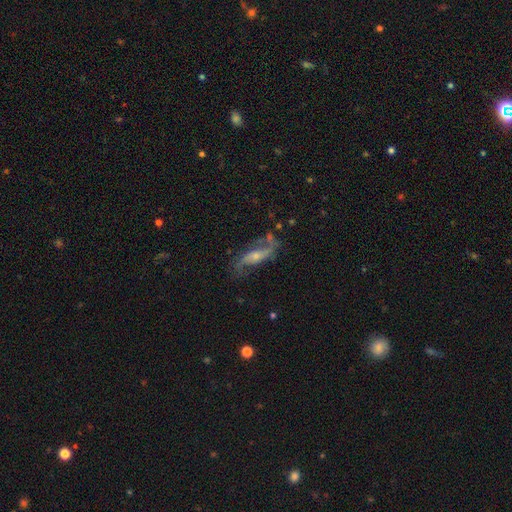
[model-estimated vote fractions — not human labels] This is likely a featured or disk galaxy (80%). It is clearly not viewed edge-on (88%). Bar: marginally no (44%). Spiral arm pattern: clearly yes (92%). Spiral arm count: clearly 2 (88%). Spiral winding: likely loose (67%). Central bulge: possibly small (55%). Merging: likely none (64%).